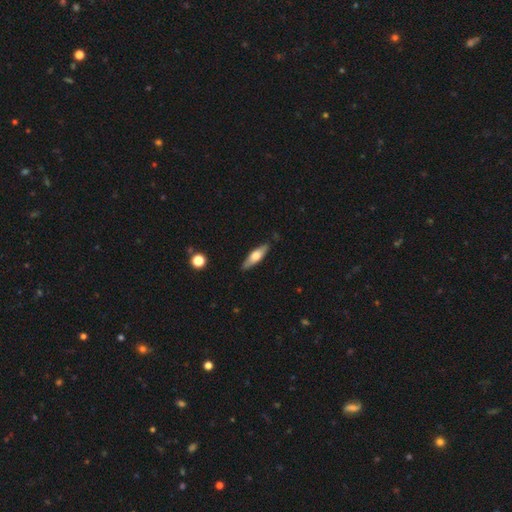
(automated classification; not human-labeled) Morphology: type=smooth (54%); roundness=cigar-shaped (57%); merging=none (85%).